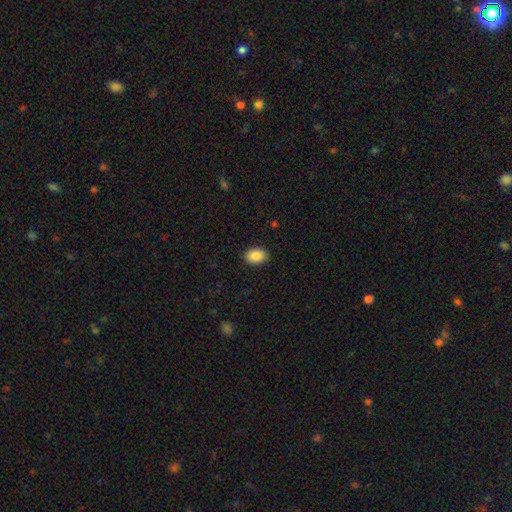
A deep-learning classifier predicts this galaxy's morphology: smooth_or_featured: smooth (p=0.89) [alt: star or artifact p=0.07]
how_rounded: in between (p=0.84) [alt: round p=0.15]
merging: none (p=0.90) [alt: minor disturbance p=0.08]